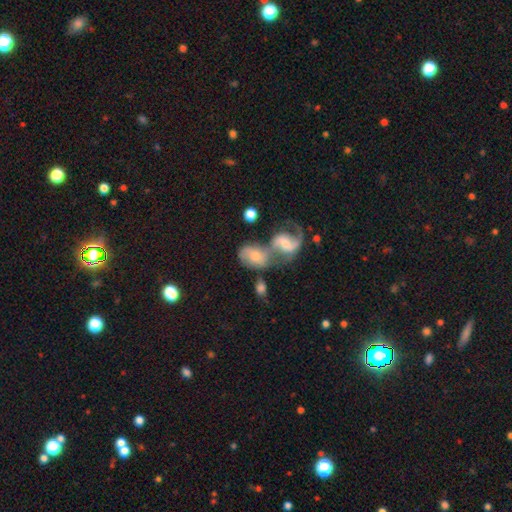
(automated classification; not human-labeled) Q: Smooth or featured?
A: featured or disk (58%); runner-up: smooth (33%)
Q: Edge-on disk?
A: no (96%); runner-up: yes (4%)
Q: Bar?
A: no (46%); runner-up: weak (41%)
Q: Spiral arms?
A: yes (83%); runner-up: no (17%)
Q: Bulge size?
A: moderate (49%); runner-up: small (38%)
Q: Merging?
A: merger (67%); runner-up: none (17%)